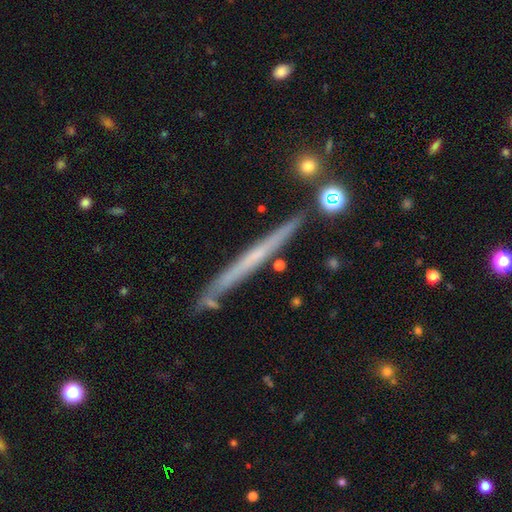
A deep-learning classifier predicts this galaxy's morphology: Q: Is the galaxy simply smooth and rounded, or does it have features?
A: featured or disk — 57%.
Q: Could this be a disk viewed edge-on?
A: yes — 96%.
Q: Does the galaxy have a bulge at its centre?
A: none — 86%.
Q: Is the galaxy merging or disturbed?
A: none — 85%.